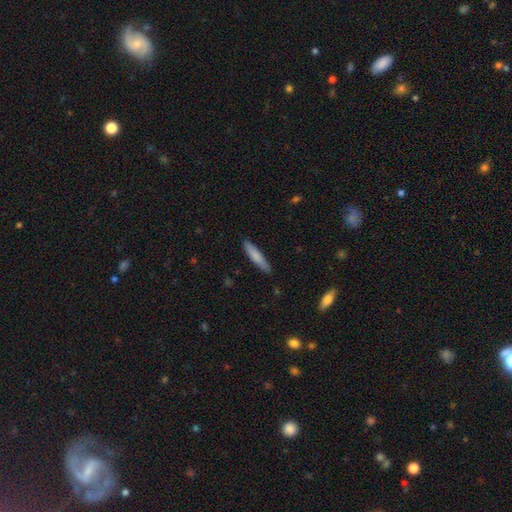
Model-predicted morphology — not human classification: Smooth or featured: smooth — 77% (featured or disk — 17%)
How rounded: cigar-shaped — 89% (in between — 10%)
Merging: none — 87% (minor disturbance — 10%)